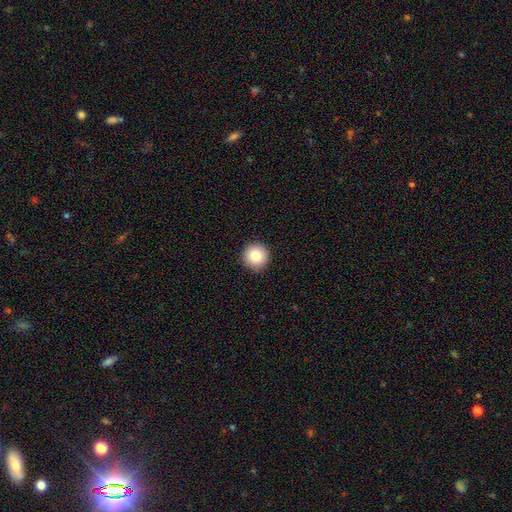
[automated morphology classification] Smooth or featured: smooth — 83% (star or artifact — 9%)
How rounded: round — 96% (in between — 3%)
Merging: none — 92% (minor disturbance — 5%)